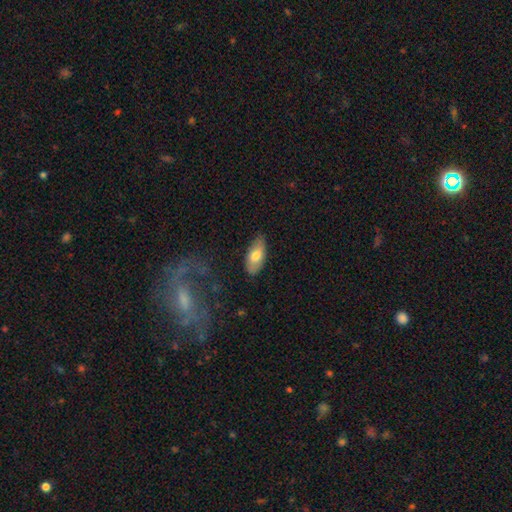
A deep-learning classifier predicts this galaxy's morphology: smooth-or-featured: smooth: 73% | featured or disk: 21% | star or artifact: 6%
  how-rounded: in between: 90% | cigar-shaped: 8% | round: 2%
  merging: none: 80% | minor disturbance: 16% | major disturbance: 3% | merger: 1%